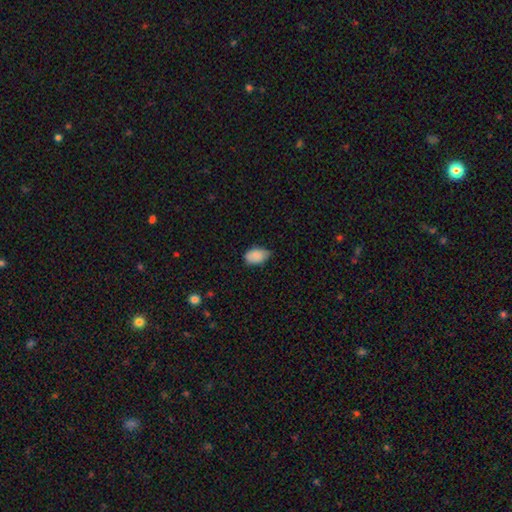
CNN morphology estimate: The model was most divided on "merging": none: 59%, minor disturbance: 35%, major disturbance: 5%, merger: 1%. More confident: how rounded — in between (90%); smooth or featured — smooth (86%).